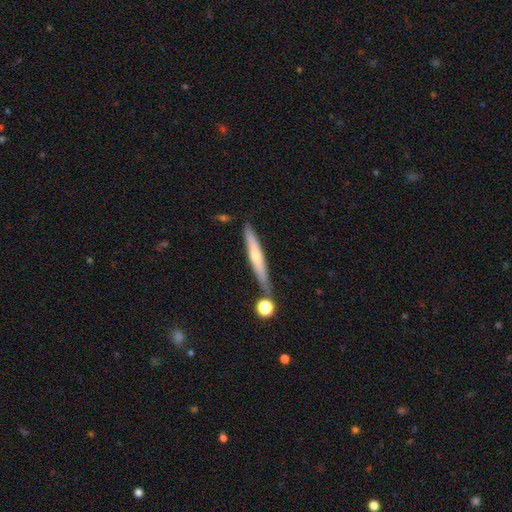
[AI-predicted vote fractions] Q: Smooth or featured?
A: featured or disk (49%); runner-up: smooth (44%)
Q: Merging?
A: none (74%); runner-up: minor disturbance (14%)